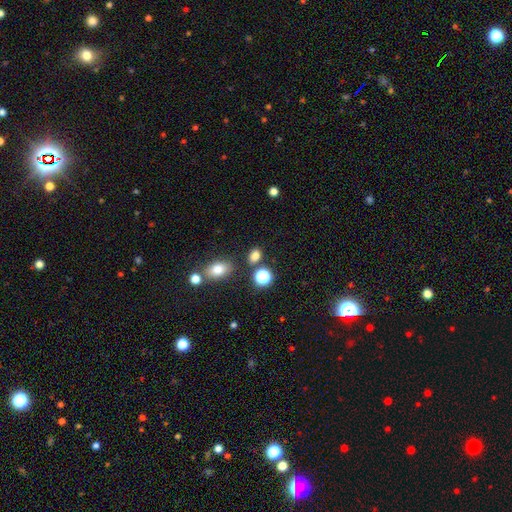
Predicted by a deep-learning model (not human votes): A smooth galaxy with no disk features (78%) that is in between round and cigar-shaped (59%). Merging: none (75%).